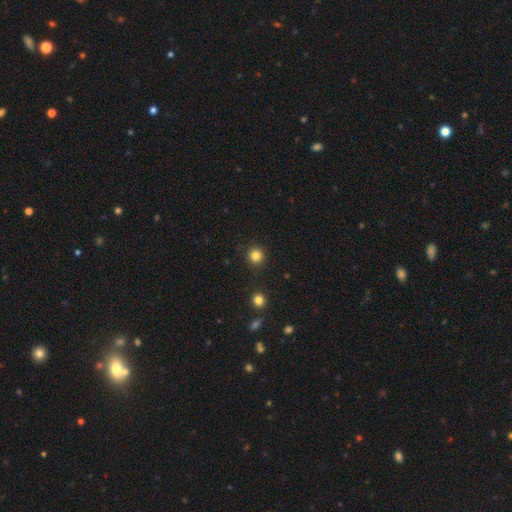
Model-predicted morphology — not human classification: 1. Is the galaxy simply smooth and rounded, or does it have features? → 83% smooth, 13% star or artifact, 4% featured or disk.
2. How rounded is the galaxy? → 95% round, 4% in between, 1% cigar-shaped.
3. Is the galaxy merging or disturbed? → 90% none, 6% minor disturbance, 2% major disturbance, 2% merger.